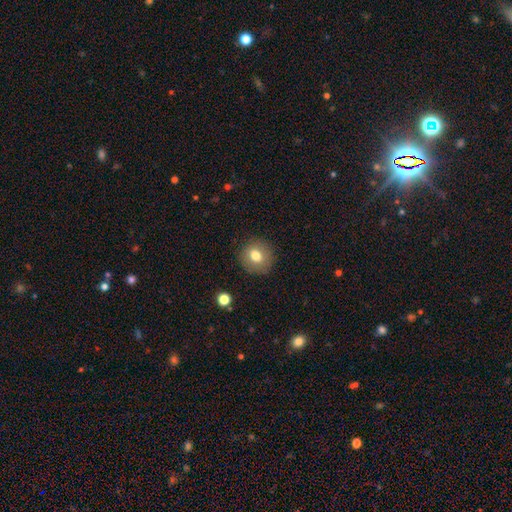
This appears to be a smooth galaxy with no disk features (92%) that is round (94%). Merging: none (87%).